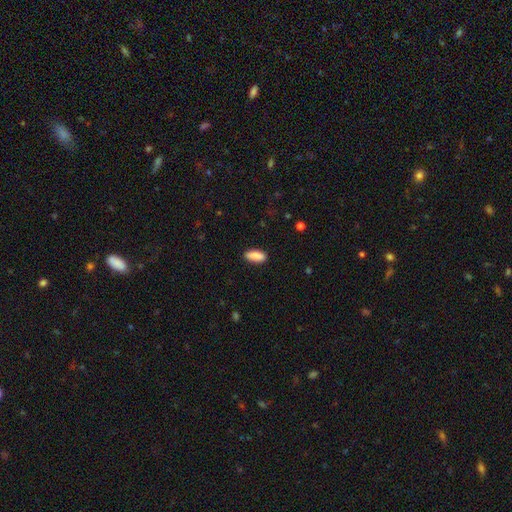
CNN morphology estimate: This appears to be a smooth galaxy with no disk features (88%) that is in between round and cigar-shaped (75%). Merging: none (87%).